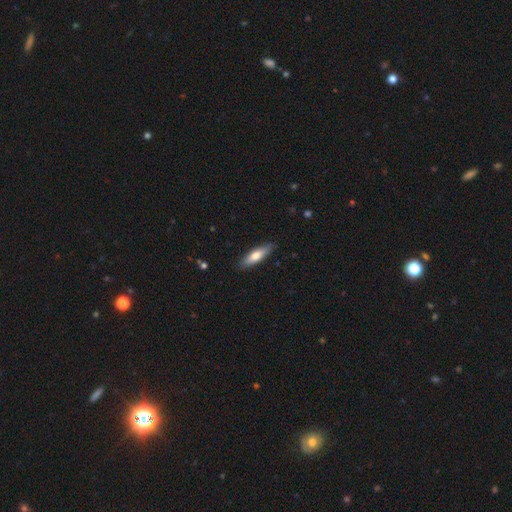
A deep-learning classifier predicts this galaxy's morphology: smooth-or-featured: smooth: 68% | featured or disk: 27% | star or artifact: 5%
  how-rounded: cigar-shaped: 62% | in between: 37% | round: 2%
  merging: none: 87% | minor disturbance: 10% | major disturbance: 2% | merger: 1%